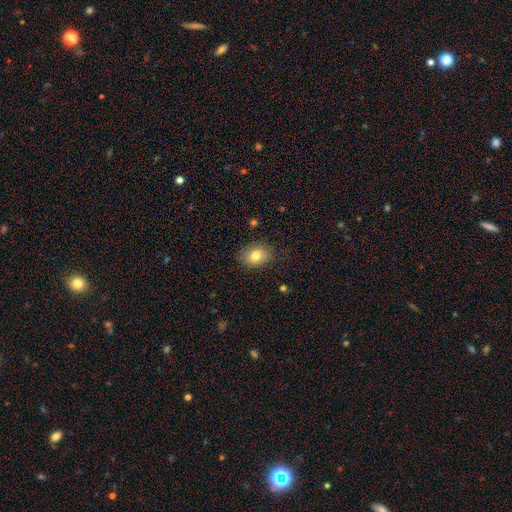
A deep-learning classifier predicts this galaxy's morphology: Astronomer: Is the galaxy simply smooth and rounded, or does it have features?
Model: smooth — 78%.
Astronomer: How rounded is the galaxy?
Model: in between — 65%.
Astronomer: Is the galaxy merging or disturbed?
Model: none — 82%.